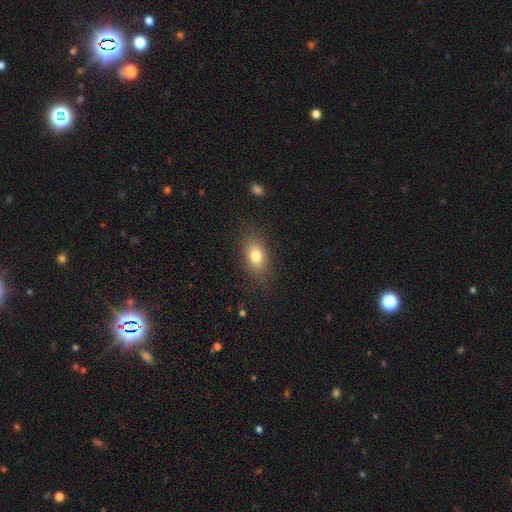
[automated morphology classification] smooth_or_featured: smooth (p=0.79) [alt: featured or disk p=0.11]
how_rounded: in between (p=0.80) [alt: round p=0.16]
merging: none (p=0.83) [alt: minor disturbance p=0.12]